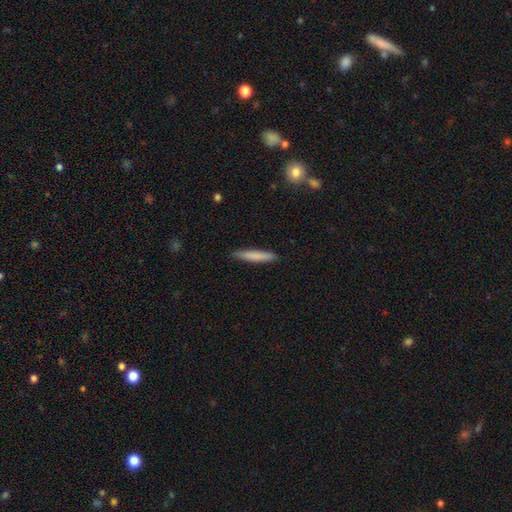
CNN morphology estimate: Smooth or featured: smooth — 79% (featured or disk — 15%)
How rounded: cigar-shaped — 93% (in between — 6%)
Merging: none — 89% (minor disturbance — 8%)